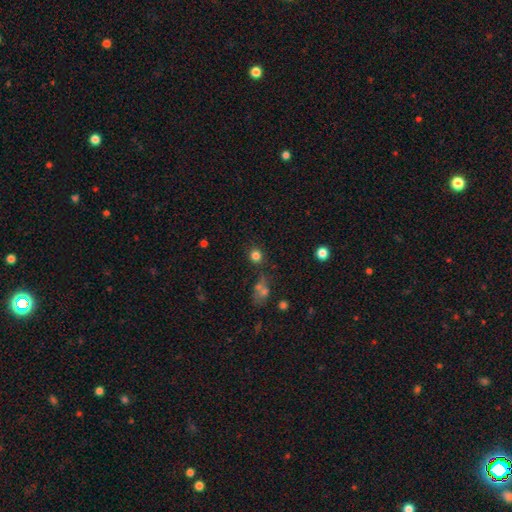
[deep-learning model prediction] A smooth galaxy with no disk features (79%) that is round (89%).

Vote fractions:
- Smooth or featured? smooth: 79% / star or artifact: 15% / featured or disk: 6%
- How rounded? round: 89% / in between: 10% / cigar-shaped: 1%
- Merging? none: 79% / minor disturbance: 10% / merger: 7% / major disturbance: 4%